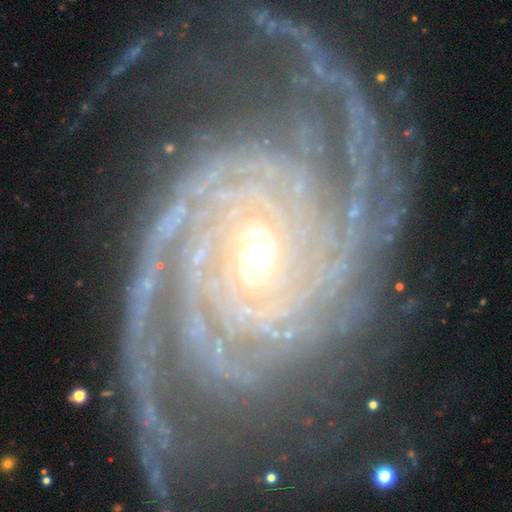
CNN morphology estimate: smooth_or_featured: featured or disk (p=0.94) [alt: star or artifact p=0.04]
disk_edge_on: no (p=0.97) [alt: yes p=0.03]
bar: no (p=0.47) [alt: weak p=0.31]
has_spiral_arms: yes (p=0.99) [alt: no p=0.01]
spiral_winding: tight (p=0.70) [alt: medium p=0.24]
spiral_arm_count: 4 (p=0.21) [alt: 2 p=0.19]
bulge_size: small (p=0.50) [alt: moderate p=0.46]
merging: none (p=0.71) [alt: minor disturbance p=0.15]